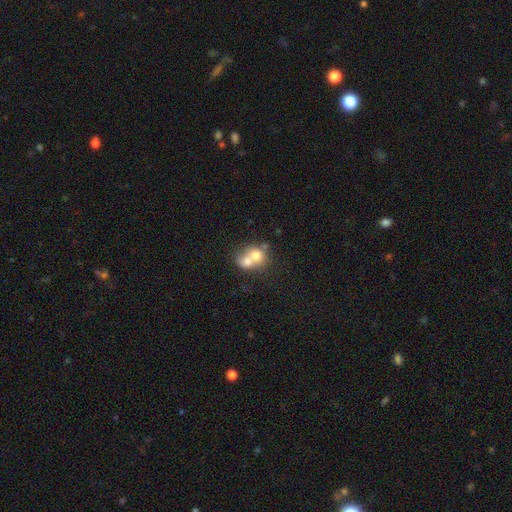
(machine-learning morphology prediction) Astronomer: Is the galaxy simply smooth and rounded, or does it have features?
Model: smooth — 67%.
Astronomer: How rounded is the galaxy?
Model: round — 66%.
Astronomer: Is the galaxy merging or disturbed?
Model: merger — 72%.